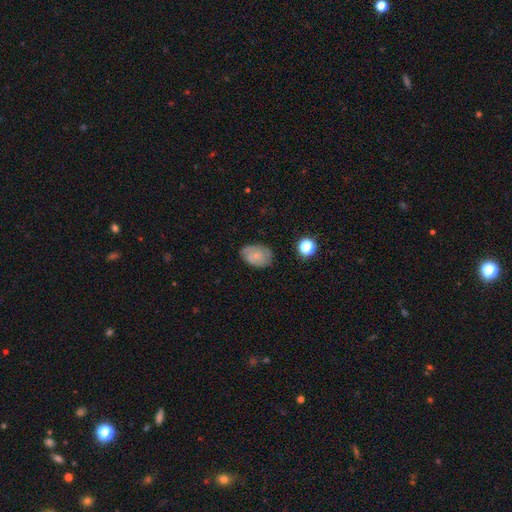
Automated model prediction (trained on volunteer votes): smooth 53%, featured or disk 37%, star or artifact 9%. Down the decision tree: how rounded — in between (78%); merging — none (70%).